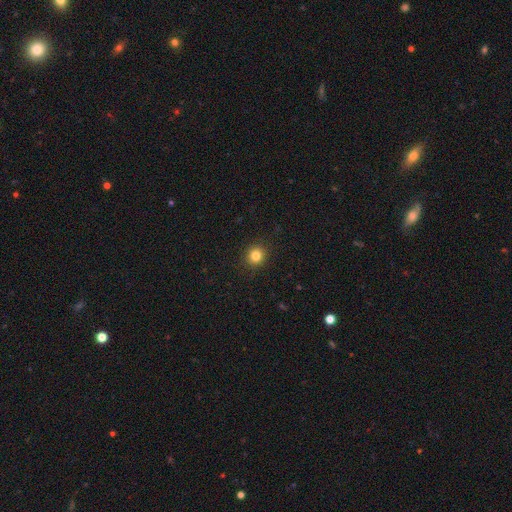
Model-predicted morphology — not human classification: Overall: smooth (83%). How rounded: round (89%). Merging: none (91%).